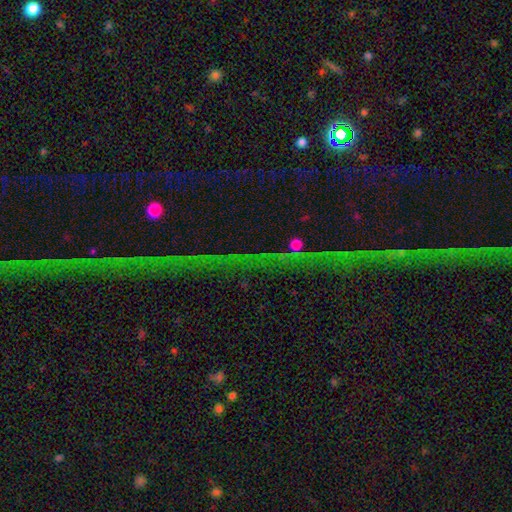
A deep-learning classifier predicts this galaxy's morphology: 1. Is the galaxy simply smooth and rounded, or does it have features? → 73% star or artifact, 14% featured or disk, 14% smooth.